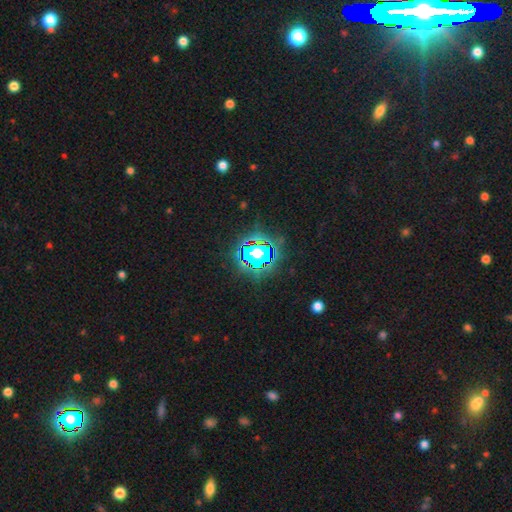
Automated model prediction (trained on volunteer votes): Morphology: type=star or artifact (69%).